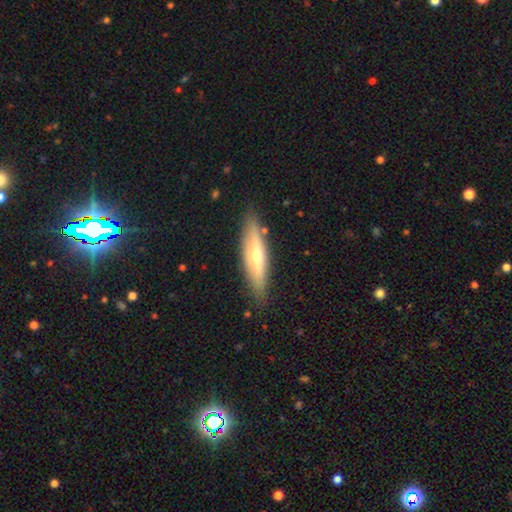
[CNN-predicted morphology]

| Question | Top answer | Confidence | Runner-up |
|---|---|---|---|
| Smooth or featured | featured or disk | 53% | smooth (41%) |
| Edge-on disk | yes | 82% | no (18%) |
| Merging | none | 85% | minor disturbance (11%) |